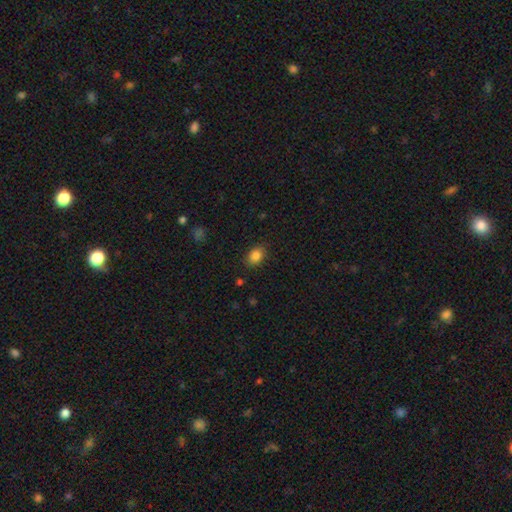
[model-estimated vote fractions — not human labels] Smooth or featured: smooth — 85% (star or artifact — 10%)
How rounded: in between — 70% (round — 29%)
Merging: none — 85% (minor disturbance — 11%)